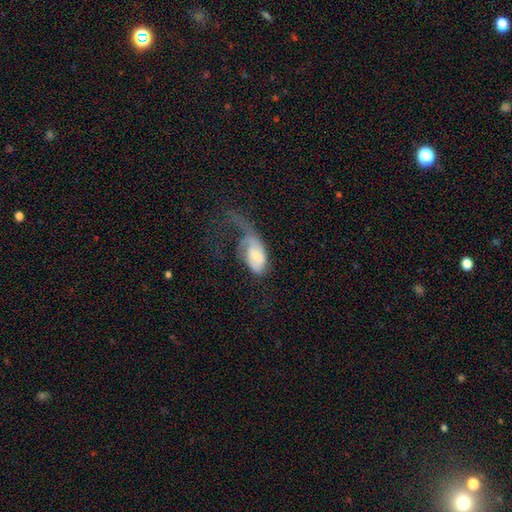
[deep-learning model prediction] smooth_or_featured: featured or disk (p=0.53) [alt: smooth p=0.40]
disk_edge_on: no (p=0.95) [alt: yes p=0.05]
bar: no (p=0.55) [alt: weak p=0.35]
has_spiral_arms: yes (p=0.75) [alt: no p=0.25]
bulge_size: small (p=0.42) [alt: moderate p=0.40]
merging: major disturbance (p=0.64) [alt: none p=0.17]